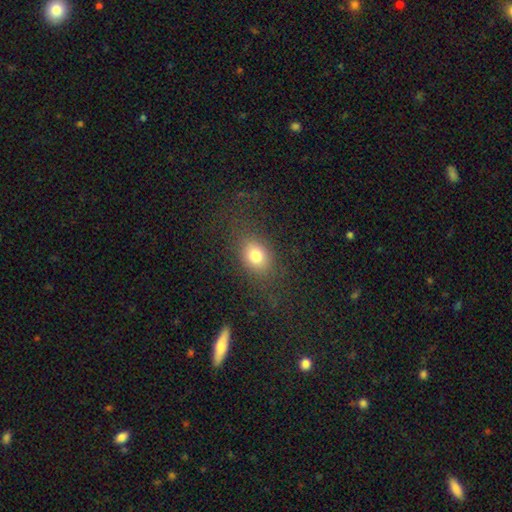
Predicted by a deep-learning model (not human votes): Smooth or featured? Predicted: smooth (p=0.77). How rounded? Predicted: in between (p=0.63). Merging? Predicted: none (p=0.76).